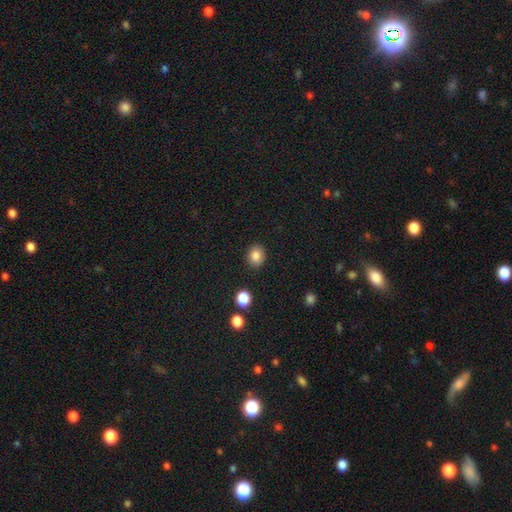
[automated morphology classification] This is clearly a smooth galaxy (85%). How rounded: likely round (63%). Merging: clearly none (89%).